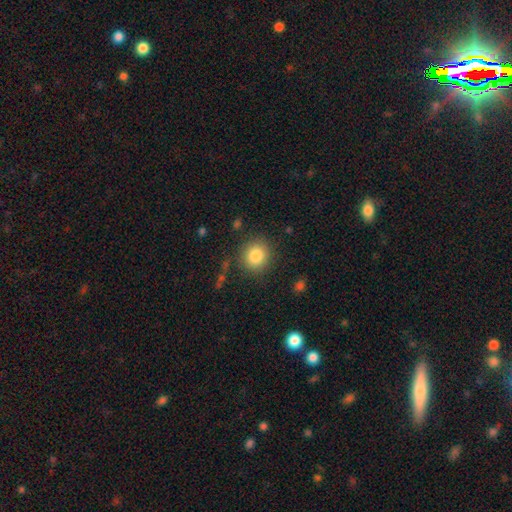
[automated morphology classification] smooth 84%, star or artifact 10%, featured or disk 6%. Down the decision tree: how rounded — round (84%); merging — none (86%).